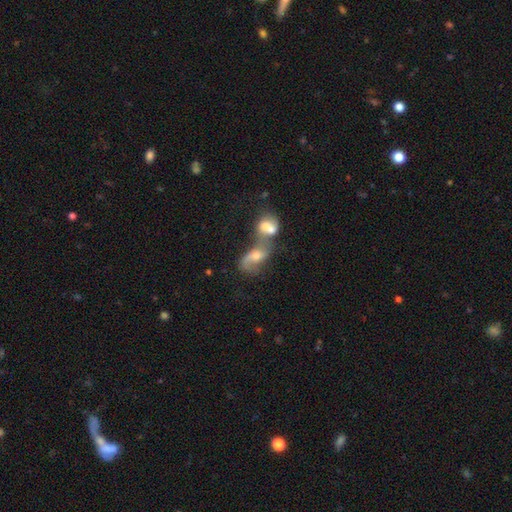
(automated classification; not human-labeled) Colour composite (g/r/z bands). It shows a featured or disk galaxy (50%). Merging: merger (71%).